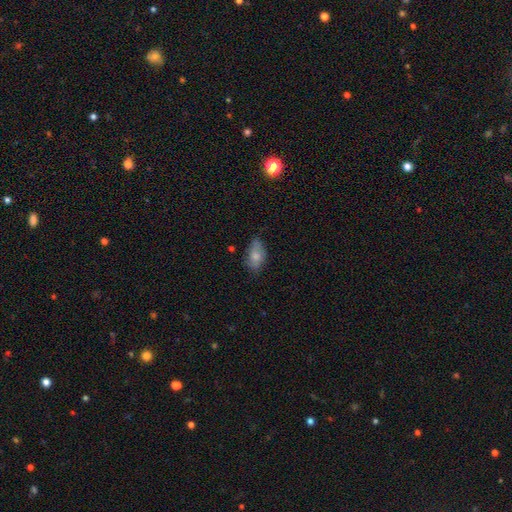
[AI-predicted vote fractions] Q: Smooth or featured?
A: smooth (73%); runner-up: featured or disk (20%)
Q: How rounded?
A: in between (91%); runner-up: round (5%)
Q: Merging?
A: none (65%); runner-up: minor disturbance (27%)